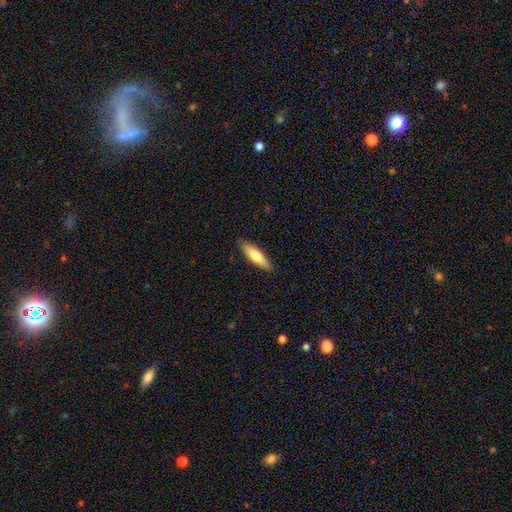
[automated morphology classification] Q: Smooth or featured?
A: smooth (68%); runner-up: featured or disk (26%)
Q: How rounded?
A: cigar-shaped (60%); runner-up: in between (38%)
Q: Merging?
A: none (87%); runner-up: minor disturbance (10%)